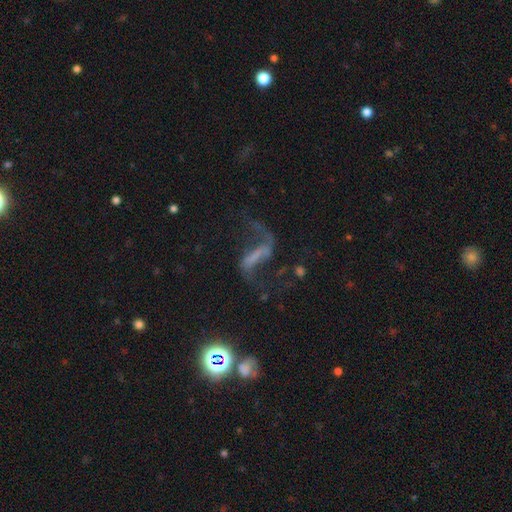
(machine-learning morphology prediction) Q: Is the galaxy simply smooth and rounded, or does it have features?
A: featured or disk — 74%.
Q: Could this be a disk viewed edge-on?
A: no — 93%.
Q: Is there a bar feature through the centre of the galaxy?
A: strong — 59%.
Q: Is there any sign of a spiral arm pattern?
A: yes — 86%.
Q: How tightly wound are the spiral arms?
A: loose — 86%.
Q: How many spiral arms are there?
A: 2 — 89%.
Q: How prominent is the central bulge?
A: none — 64%.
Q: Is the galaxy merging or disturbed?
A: none — 56%.